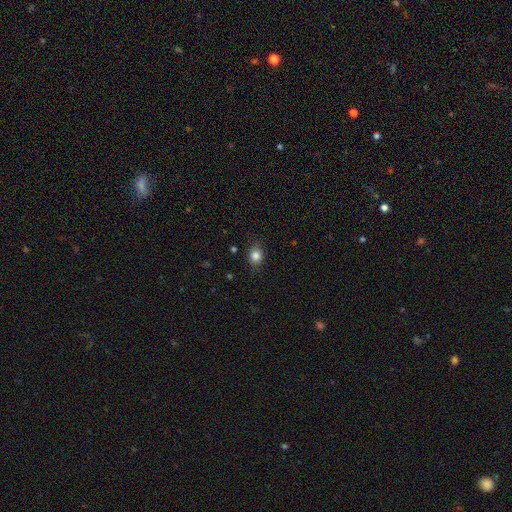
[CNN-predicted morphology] A smooth galaxy with no disk features (84%) that is round (54%). Merging: none (83%).